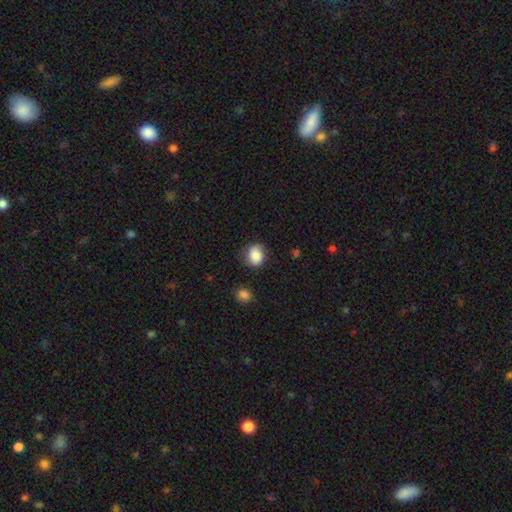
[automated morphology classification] A smooth galaxy with no disk features (82%) that is round (61%). Merging: none (70%).